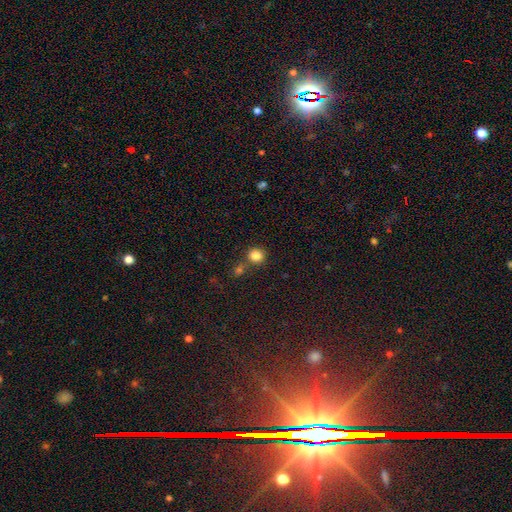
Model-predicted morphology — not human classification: Q: Smooth or featured?
A: smooth (84%); runner-up: star or artifact (11%)
Q: How rounded?
A: round (84%); runner-up: in between (15%)
Q: Merging?
A: none (71%); runner-up: merger (17%)